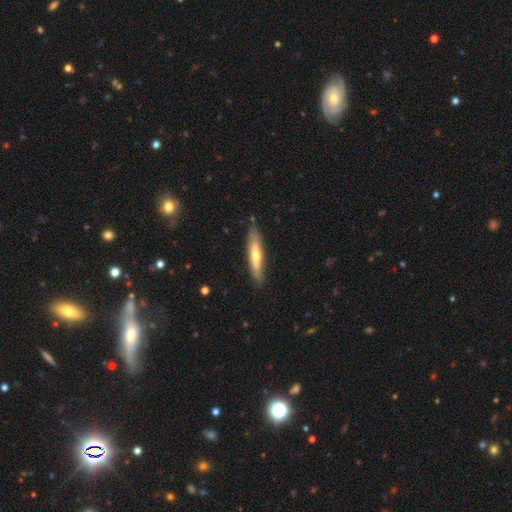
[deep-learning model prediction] smooth-or-featured: smooth: 50% | featured or disk: 45% | star or artifact: 5%
  merging: none: 82% | minor disturbance: 14% | major disturbance: 3% | merger: 2%